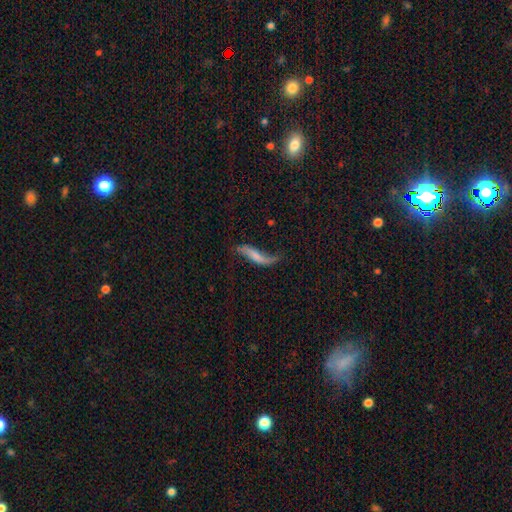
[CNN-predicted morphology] The model was most divided on "merging": none: 42%, minor disturbance: 29%, major disturbance: 25%, merger: 5%. More confident: edge-on disk — no (76%); smooth or featured — featured or disk (55%).